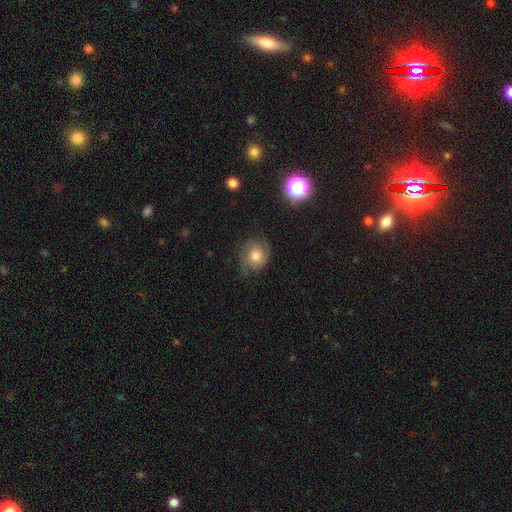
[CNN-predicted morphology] Q: Smooth or featured?
A: featured or disk (46%); runner-up: smooth (44%)
Q: Merging?
A: none (63%); runner-up: minor disturbance (25%)